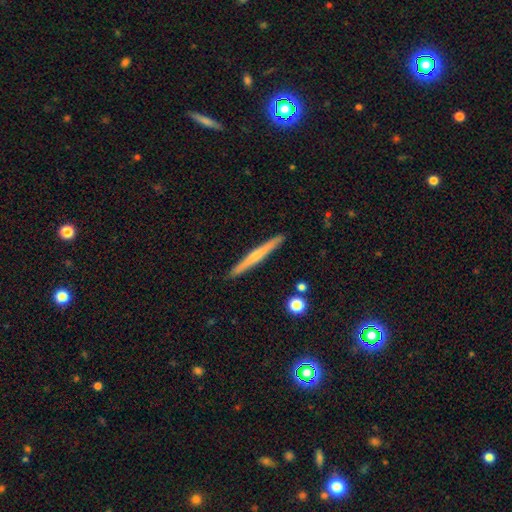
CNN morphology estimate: smooth-or-featured: featured or disk: 56% | smooth: 38% | star or artifact: 6%
  disk-edge-on: yes: 97% | no: 3%
    edge-on-bulge: rounded: 52% | none: 43% | boxy: 5%
  merging: none: 92% | minor disturbance: 6% | merger: 1% | major disturbance: 1%